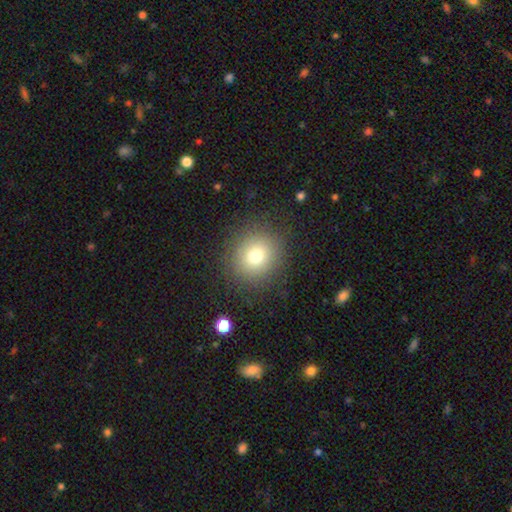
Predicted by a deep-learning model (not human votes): This is likely a smooth galaxy (74%). How rounded: clearly round (86%). Merging: clearly none (86%).